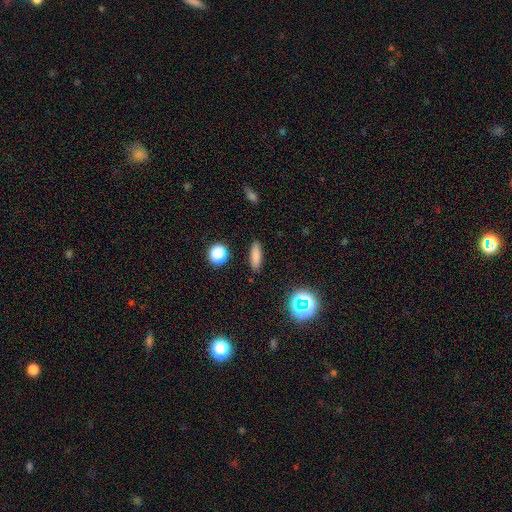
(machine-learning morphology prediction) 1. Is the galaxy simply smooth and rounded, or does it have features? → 80% smooth, 12% star or artifact, 7% featured or disk.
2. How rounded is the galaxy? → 54% cigar-shaped, 41% in between, 5% round.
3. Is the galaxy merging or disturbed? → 89% none, 7% minor disturbance, 2% major disturbance, 2% merger.